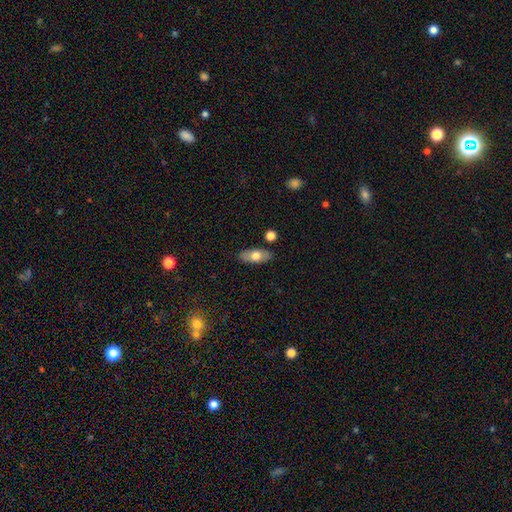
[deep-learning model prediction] smooth_or_featured: smooth (p=0.65) [alt: featured or disk p=0.28]
how_rounded: in between (p=0.85) [alt: cigar-shaped p=0.11]
merging: none (p=0.85) [alt: minor disturbance p=0.10]